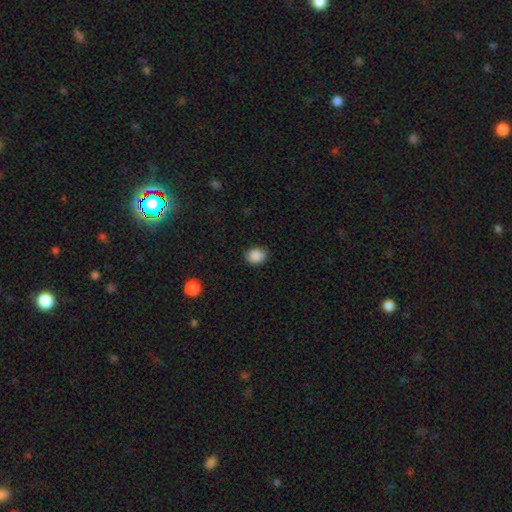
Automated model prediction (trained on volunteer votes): A smooth galaxy with no disk features (88%) that is round (63%).

Vote fractions:
- Smooth or featured? smooth: 88% / star or artifact: 9% / featured or disk: 3%
- How rounded? round: 63% / in between: 36% / cigar-shaped: 1%
- Merging? none: 87% / minor disturbance: 10% / major disturbance: 2% / merger: 1%